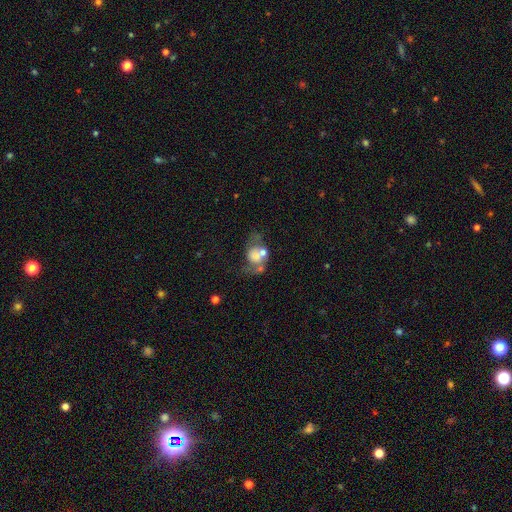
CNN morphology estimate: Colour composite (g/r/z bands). It shows a smooth galaxy with no disk features (47%). Merging: merger (35%).